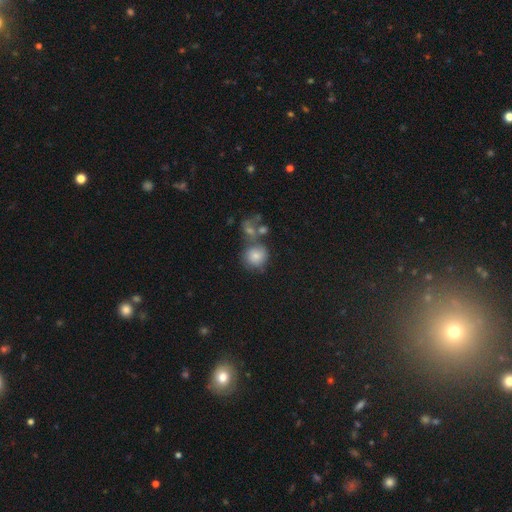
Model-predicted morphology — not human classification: This appears to be a smooth galaxy with no disk features (75%) that is round (84%). Merging: none (46%).